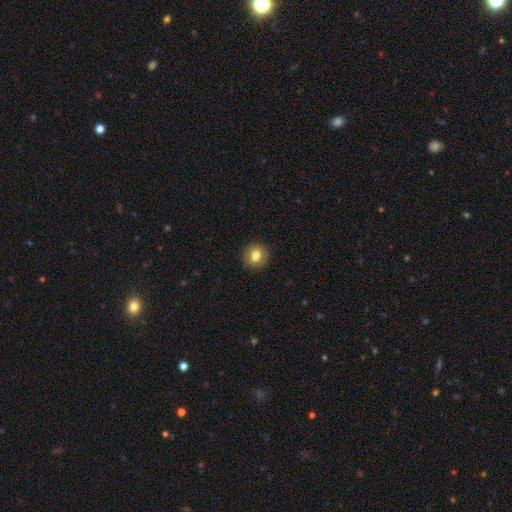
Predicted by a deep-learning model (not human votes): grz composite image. It shows a smooth galaxy with no disk features (81%) that is round (89%). Merging: none (90%).